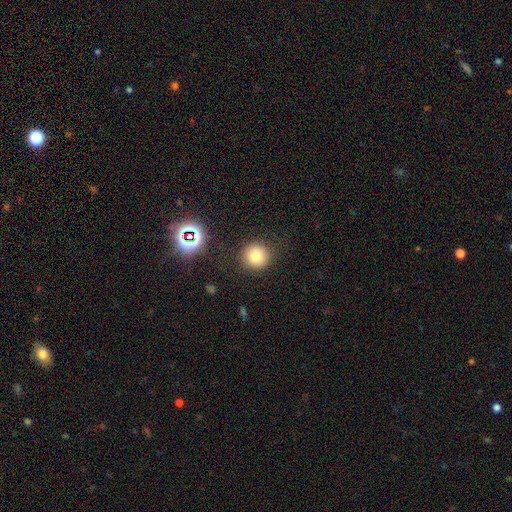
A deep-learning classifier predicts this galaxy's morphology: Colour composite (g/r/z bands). It shows a smooth galaxy with no disk features (77%) that is round (94%). Merging: none (87%).